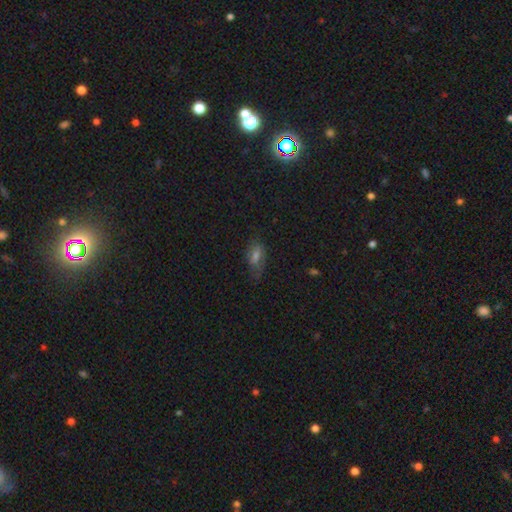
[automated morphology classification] A smooth galaxy with no disk features (50%).

Vote fractions:
- Smooth or featured? smooth: 50% / star or artifact: 26% / featured or disk: 24%
- Merging? none: 60% / minor disturbance: 26% / major disturbance: 12% / merger: 2%